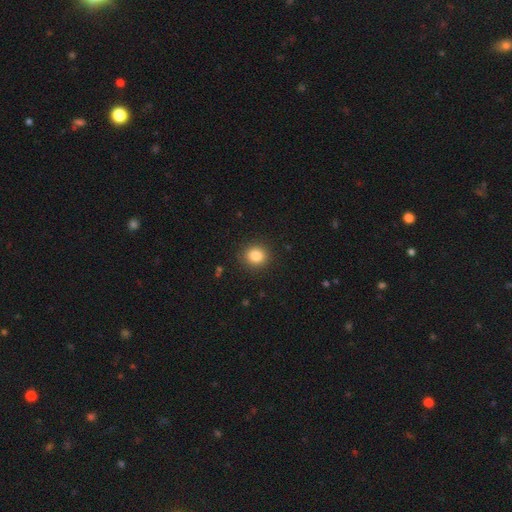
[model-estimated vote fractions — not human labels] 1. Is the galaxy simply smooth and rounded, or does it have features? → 85% smooth, 11% star or artifact, 5% featured or disk.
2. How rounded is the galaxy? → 85% round, 14% in between, 1% cigar-shaped.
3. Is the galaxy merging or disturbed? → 90% none, 7% minor disturbance, 2% major disturbance, 1% merger.